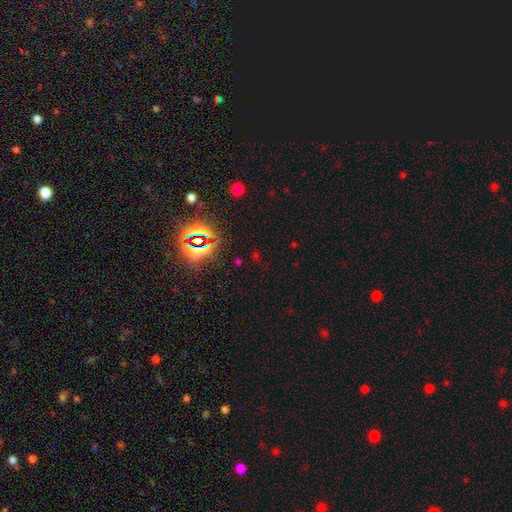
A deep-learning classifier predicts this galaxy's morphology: A star or artifact, not a galaxy (70%).

Vote fractions:
- Smooth or featured? star or artifact: 70% / smooth: 22% / featured or disk: 8%